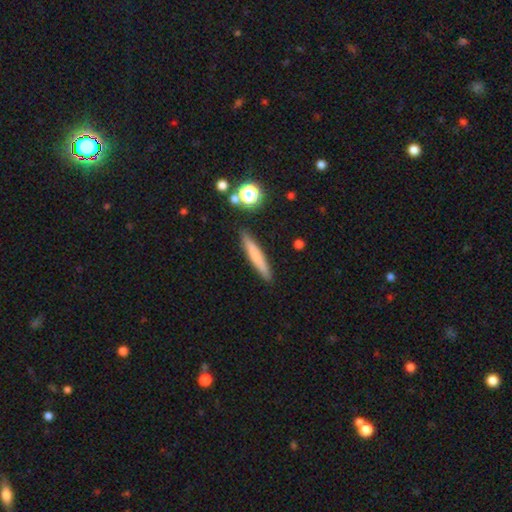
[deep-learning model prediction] Morphology: type=smooth (67%); roundness=cigar-shaped (93%); merging=none (89%).